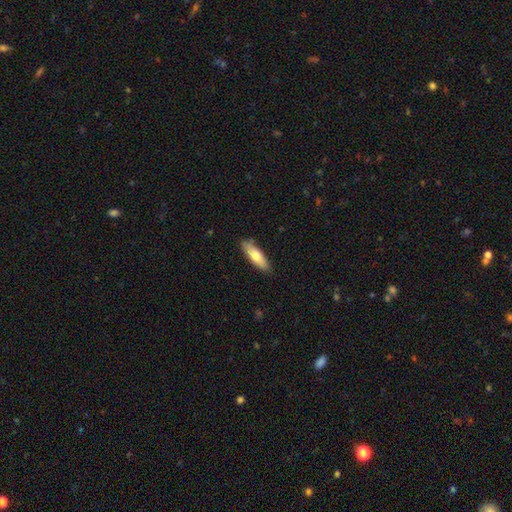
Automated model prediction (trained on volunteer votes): A smooth galaxy with no disk features (68%) that is cigar-shaped (53%). Merging: none (86%).